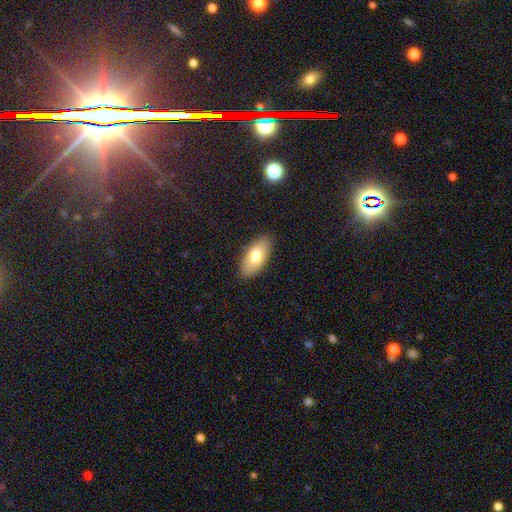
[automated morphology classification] Overall: smooth (74%). How rounded: in between (90%). Merging: none (88%).